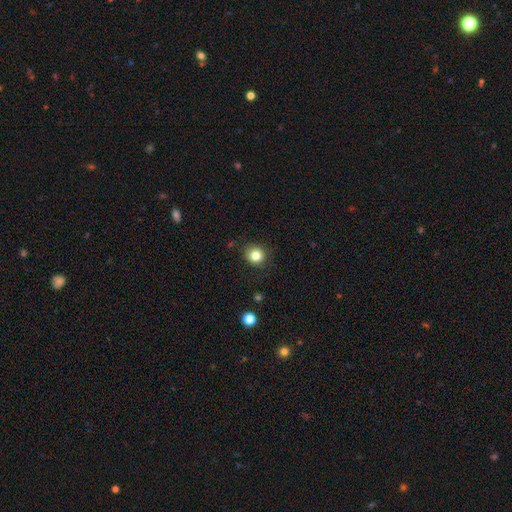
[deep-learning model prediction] This appears to be a smooth galaxy with no disk features (83%) that is round (86%). Merging: none (85%).